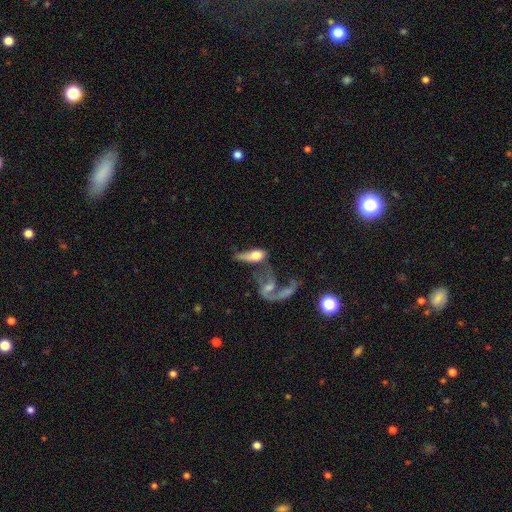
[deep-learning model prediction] smooth 48%, featured or disk 43%, star or artifact 9%. Down the decision tree: merging — merger (57%).